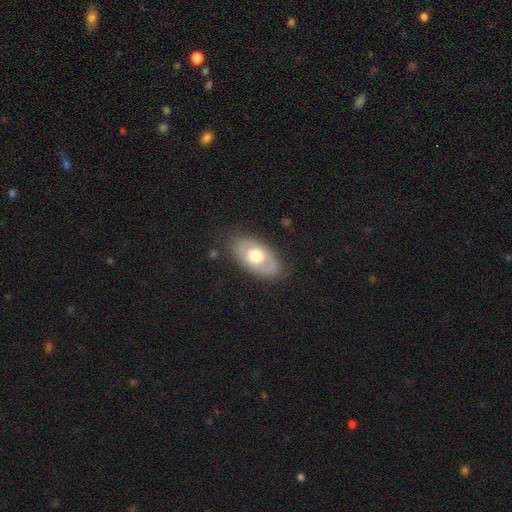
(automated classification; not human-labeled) smooth_or_featured: smooth (p=0.52) [alt: featured or disk p=0.42]
how_rounded: in between (p=0.90) [alt: round p=0.08]
merging: none (p=0.79) [alt: minor disturbance p=0.15]